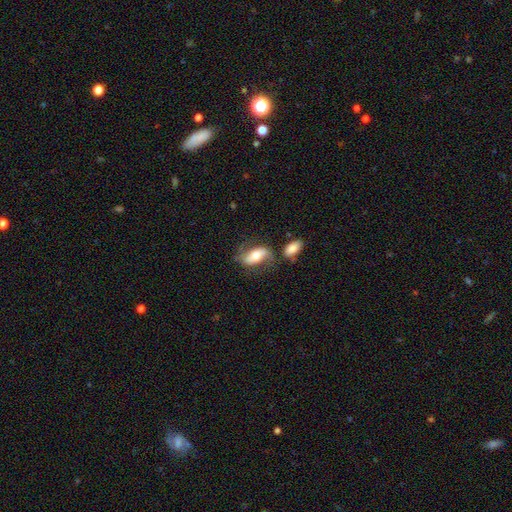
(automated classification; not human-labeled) Smooth or featured?
  - featured or disk: 53% *
  - smooth: 40%
  - star or artifact: 7%
Edge-on disk?
  - no: 87% *
  - yes: 13%
Merging?
  - none: 57% *
  - minor disturbance: 20%
  - merger: 12%
  - major disturbance: 11%